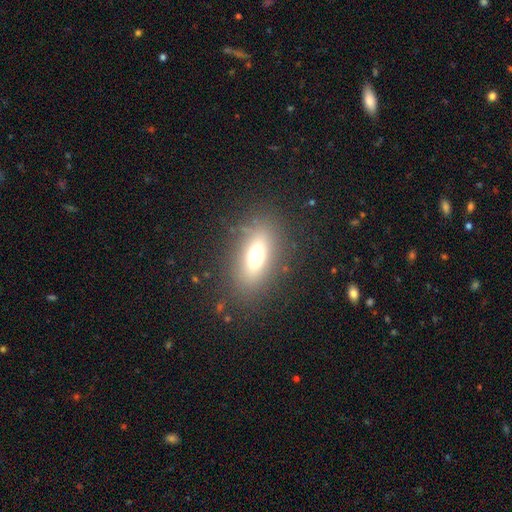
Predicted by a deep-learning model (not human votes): smooth_or_featured: smooth (p=0.62) [alt: featured or disk p=0.23]
how_rounded: in between (p=0.70) [alt: cigar-shaped p=0.19]
merging: none (p=0.83) [alt: minor disturbance p=0.10]